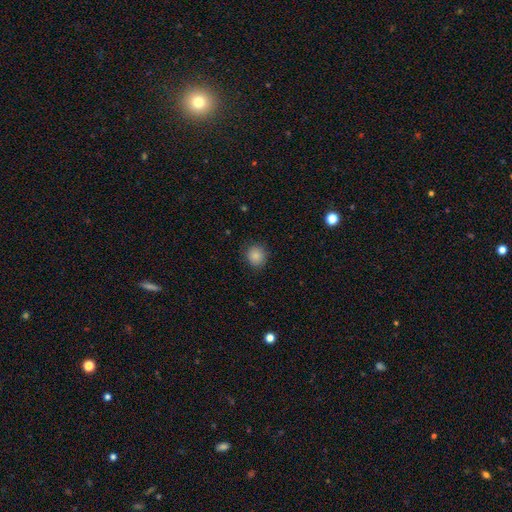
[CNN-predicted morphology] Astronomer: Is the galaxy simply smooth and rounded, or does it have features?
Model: smooth — 85%.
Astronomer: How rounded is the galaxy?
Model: round — 86%.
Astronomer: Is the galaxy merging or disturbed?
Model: none — 86%.